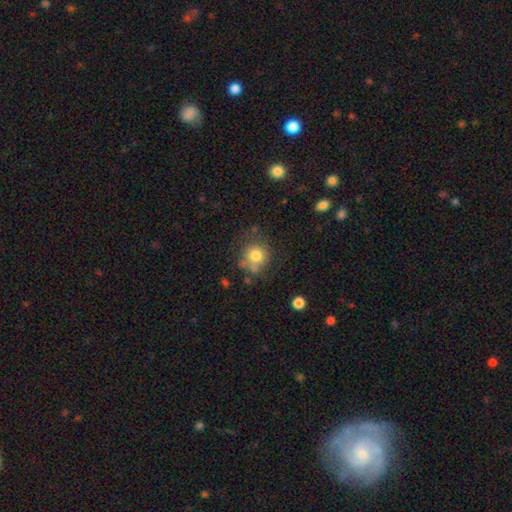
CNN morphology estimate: smooth_or_featured: smooth (p=0.77) [alt: featured or disk p=0.12]
how_rounded: round (p=0.87) [alt: in between p=0.12]
merging: none (p=0.63) [alt: minor disturbance p=0.19]